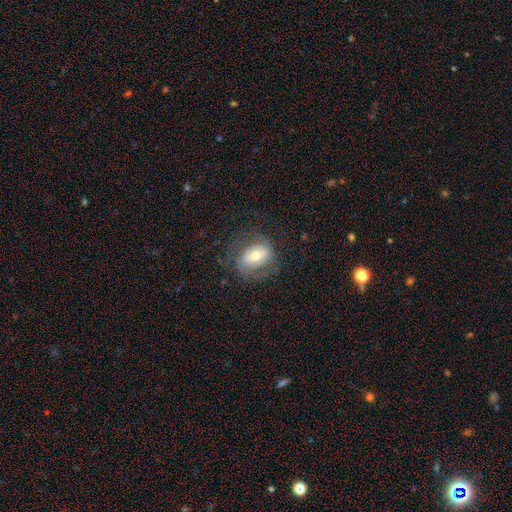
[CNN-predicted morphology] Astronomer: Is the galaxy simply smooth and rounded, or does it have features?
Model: featured or disk — 65%.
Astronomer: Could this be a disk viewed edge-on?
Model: no — 96%.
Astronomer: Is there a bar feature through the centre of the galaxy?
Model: weak — 39% (runner-up: no, 35%).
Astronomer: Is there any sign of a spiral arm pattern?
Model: yes — 82%.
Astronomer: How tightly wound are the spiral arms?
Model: medium — 42% (runner-up: tight, 37%).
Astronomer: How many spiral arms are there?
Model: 2 — 64%.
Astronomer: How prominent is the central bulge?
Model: moderate — 62%.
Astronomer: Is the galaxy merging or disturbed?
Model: none — 65%.